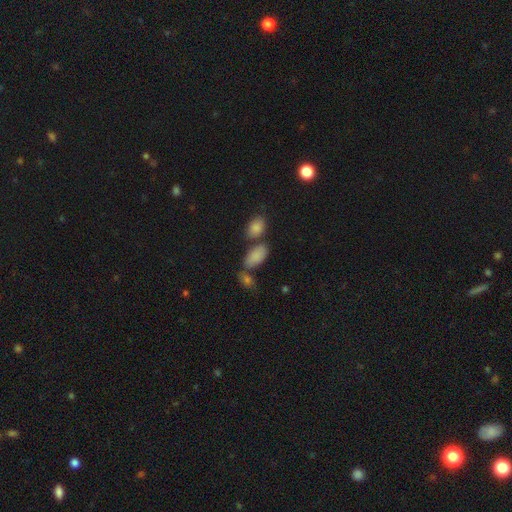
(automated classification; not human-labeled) Morphology: type=smooth (72%); roundness=in between (85%); merging=none (54%).